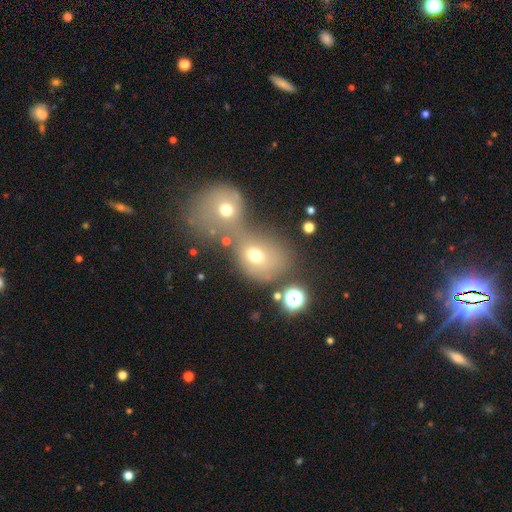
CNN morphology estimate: A smooth galaxy with no disk features (66%) that is round (61%). Merging: merger (63%).